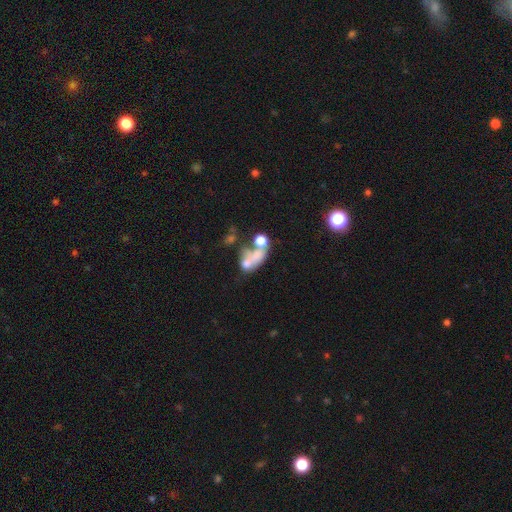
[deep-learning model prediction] Smooth or featured? smooth (47%)
Merging? merger (55%)